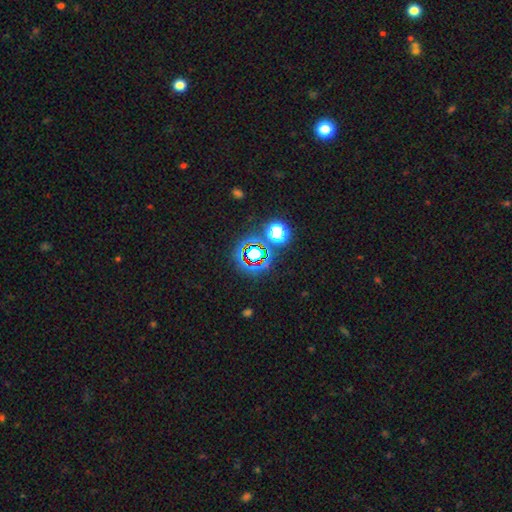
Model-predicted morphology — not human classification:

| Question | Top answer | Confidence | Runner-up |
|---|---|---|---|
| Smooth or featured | star or artifact | 69% | smooth (20%) |